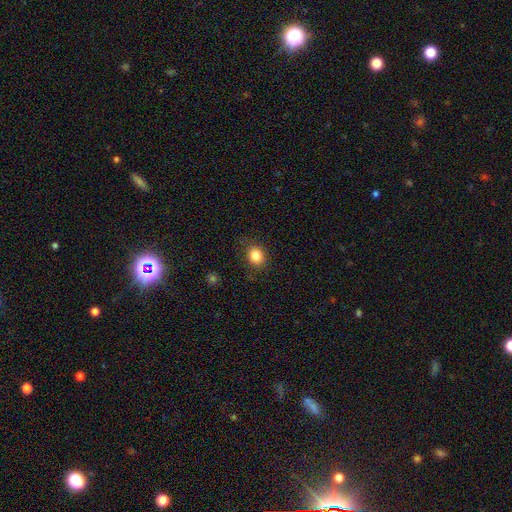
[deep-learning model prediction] Overall: smooth (83%). How rounded: round (70%; in between 30%). Merging: none (84%).